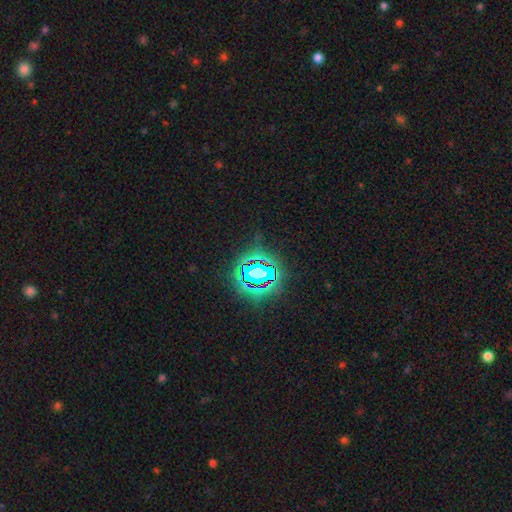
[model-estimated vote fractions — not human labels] Overall: star or artifact (81%).